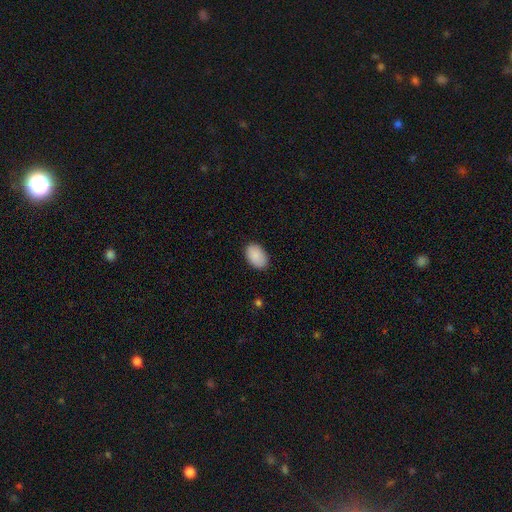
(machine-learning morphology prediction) A smooth galaxy with no disk features (89%) that is in between round and cigar-shaped (90%).

Vote fractions:
- Smooth or featured? smooth: 89% / star or artifact: 7% / featured or disk: 4%
- How rounded? in between: 90% / round: 9% / cigar-shaped: 1%
- Merging? none: 87% / minor disturbance: 10% / major disturbance: 2% / merger: 1%